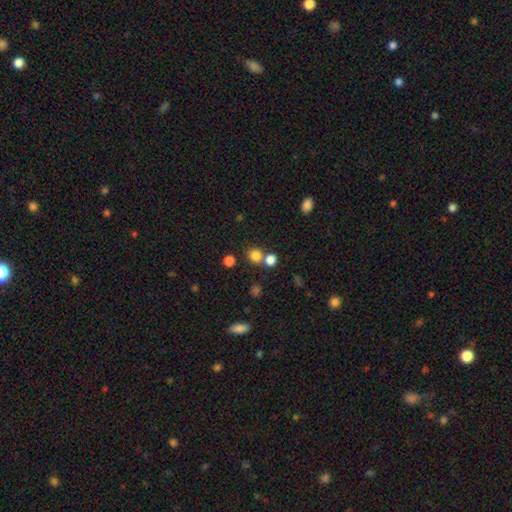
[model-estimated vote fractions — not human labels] Overall: smooth (80%). How rounded: round (89%). Merging: none (66%).